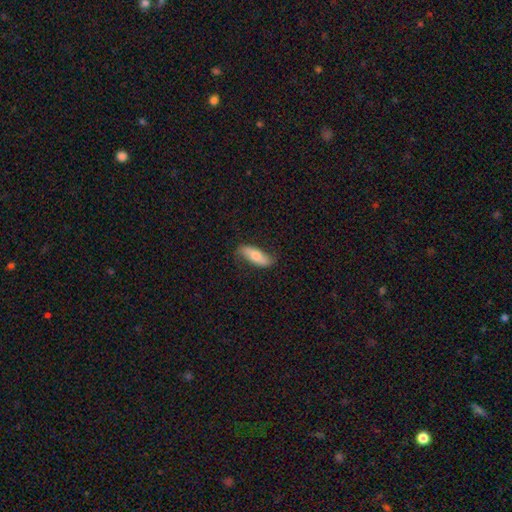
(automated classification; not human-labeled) Morphology: type=smooth (55%); roundness=in between (61%); merging=none (78%).